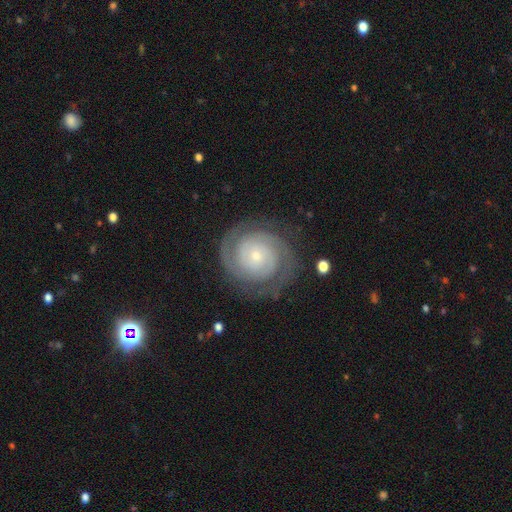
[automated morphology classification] featured or disk 87%, smooth 7%, star or artifact 6%. Down the decision tree: edge-on disk — no (98%); bar — no (75%); spiral arms — yes (97%); spiral arm count — 2 (72%); spiral winding — tight (79%); bulge size — small (76%); merging — none (83%).